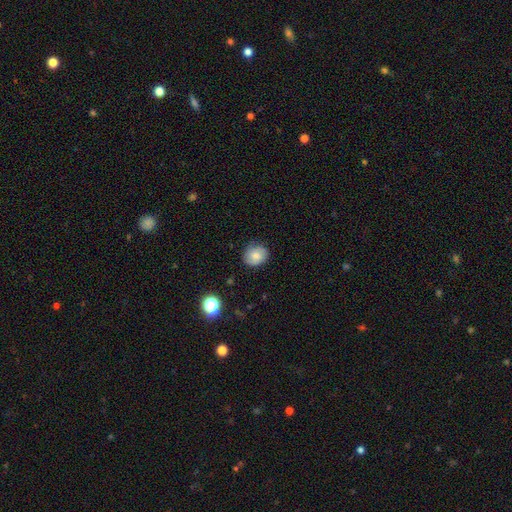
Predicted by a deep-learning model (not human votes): Smooth or featured? Predicted: smooth (p=0.62). How rounded? Predicted: round (p=0.67). Merging? Predicted: none (p=0.81).